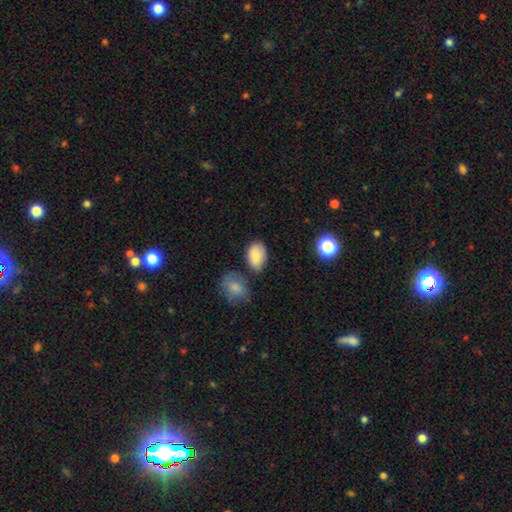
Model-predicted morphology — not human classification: This appears to be a smooth galaxy with no disk features (84%) that is in between round and cigar-shaped (89%). Merging: none (71%).